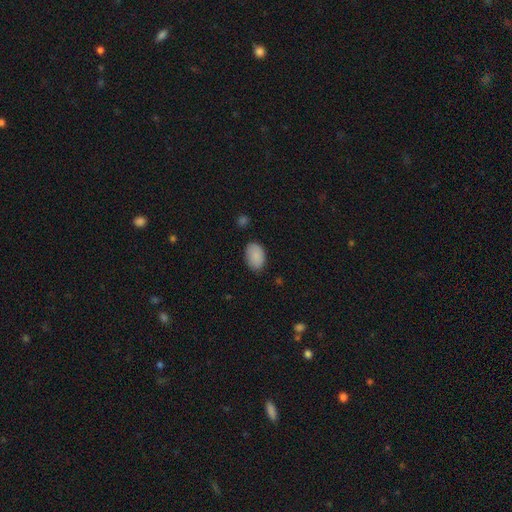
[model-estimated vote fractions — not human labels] smooth_or_featured: smooth (p=0.88) [alt: star or artifact p=0.07]
how_rounded: in between (p=0.88) [alt: round p=0.11]
merging: none (p=0.82) [alt: minor disturbance p=0.14]